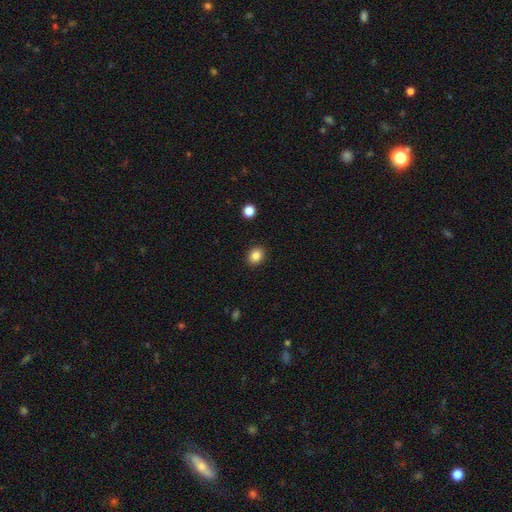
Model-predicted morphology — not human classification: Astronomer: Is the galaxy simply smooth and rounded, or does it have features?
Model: smooth — 86%.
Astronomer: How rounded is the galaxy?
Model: round — 53% (runner-up: in between, 46%).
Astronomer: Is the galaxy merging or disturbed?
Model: none — 90%.